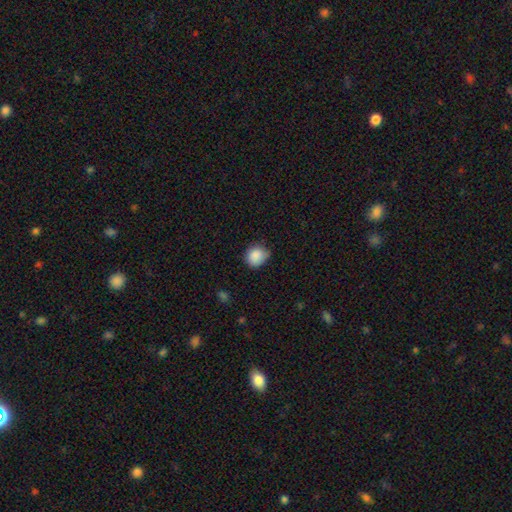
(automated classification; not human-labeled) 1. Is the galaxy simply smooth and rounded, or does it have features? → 88% smooth, 8% star or artifact, 4% featured or disk.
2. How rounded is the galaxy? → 75% round, 24% in between, 1% cigar-shaped.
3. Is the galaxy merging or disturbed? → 66% none, 28% minor disturbance, 4% major disturbance, 1% merger.